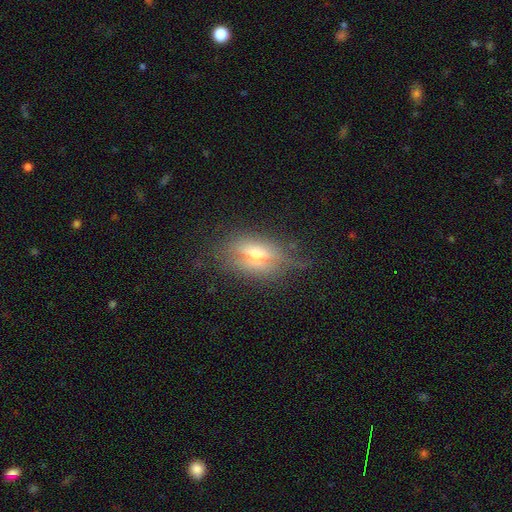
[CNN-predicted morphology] Smooth or featured?
  - featured or disk: 50% *
  - smooth: 39%
  - star or artifact: 12%
Merging?
  - none: 64% *
  - minor disturbance: 22%
  - major disturbance: 11%
  - merger: 2%